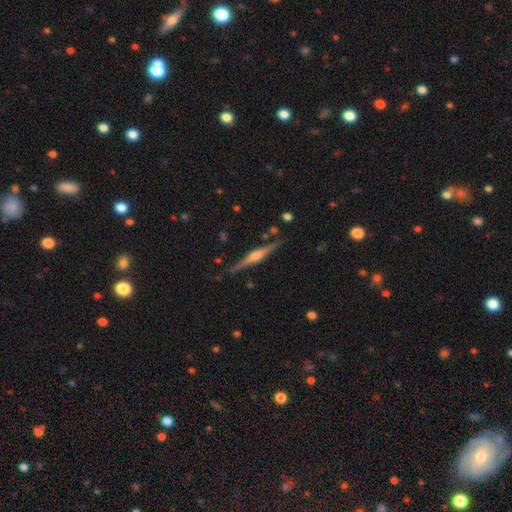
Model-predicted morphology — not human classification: This is clearly a featured or disk galaxy (82%). It is clearly viewed edge-on (98%). Edge-on bulge: clearly rounded (84%). Merging: clearly none (89%).